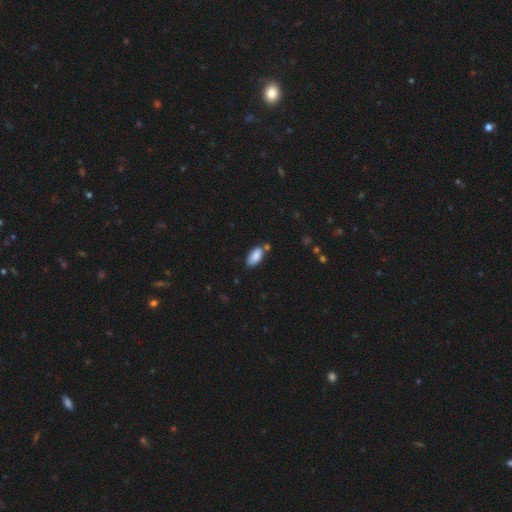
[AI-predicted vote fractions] The model was most divided on "merging": none: 66%, minor disturbance: 17%, merger: 14%, major disturbance: 4%. More confident: how rounded — in between (92%); smooth or featured — smooth (87%).